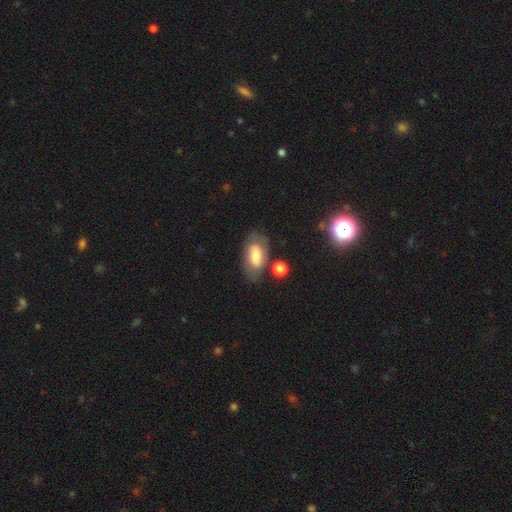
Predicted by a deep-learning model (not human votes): A smooth galaxy with no disk features (49%). Merging: none (60%).